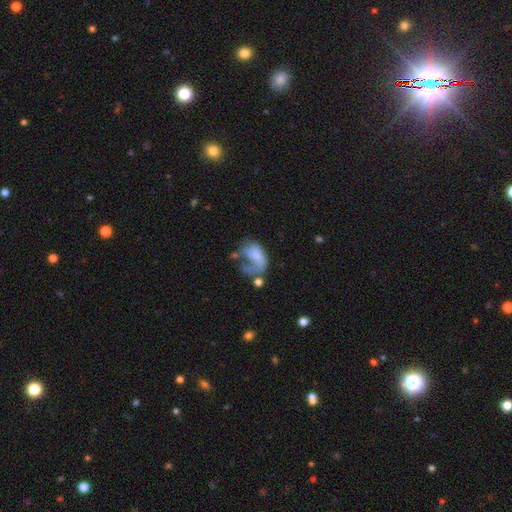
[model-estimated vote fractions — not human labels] Smooth or featured: featured or disk — 48% (smooth — 43%)
Merging: major disturbance — 53% (none — 20%)